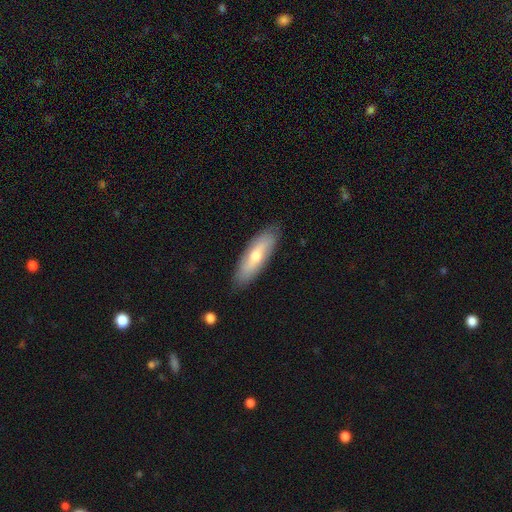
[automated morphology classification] The model was most divided on "how rounded": in between: 54%, cigar-shaped: 44%, round: 2%. More confident: merging — none (85%); smooth or featured — smooth (59%).